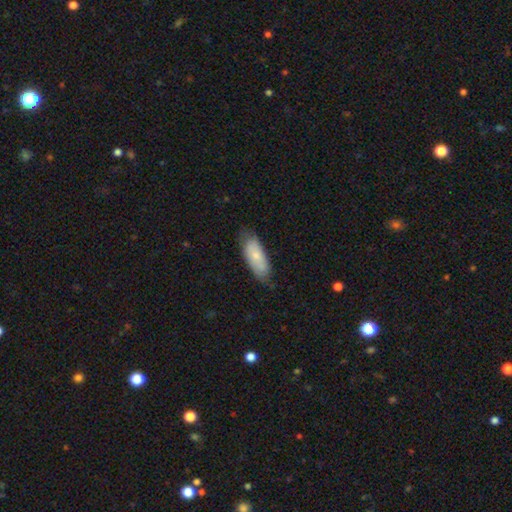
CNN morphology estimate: This is likely a smooth galaxy (71%). How rounded: likely in between (78%). Merging: likely none (69%).